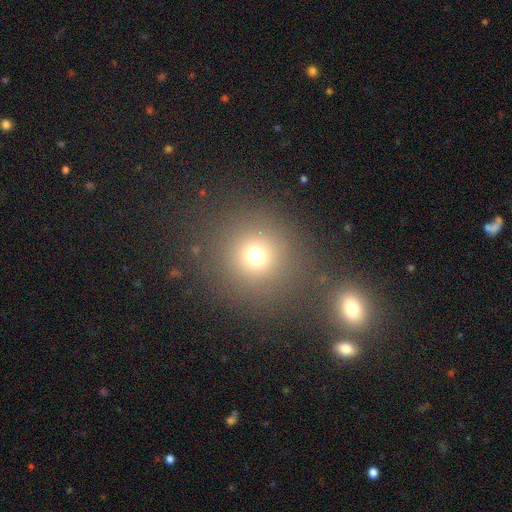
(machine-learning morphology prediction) A smooth galaxy with no disk features (70%) that is round (94%). Merging: none (83%).